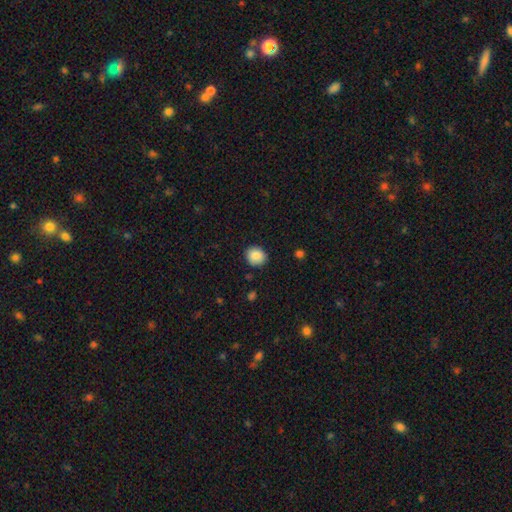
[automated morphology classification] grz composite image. It shows a smooth galaxy with no disk features (88%) that is round (72%). Merging: none (86%).